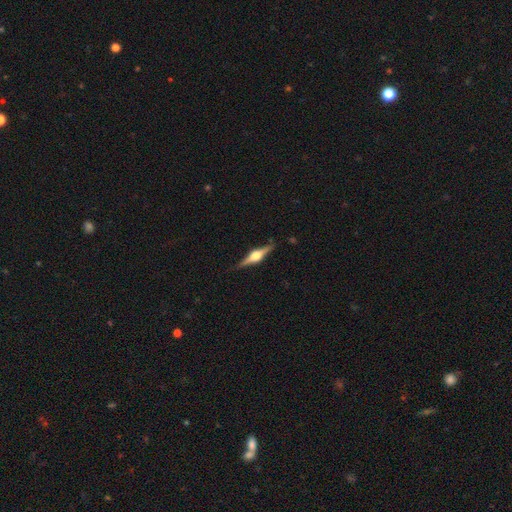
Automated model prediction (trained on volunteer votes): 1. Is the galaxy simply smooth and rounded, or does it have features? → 82% featured or disk, 13% smooth, 5% star or artifact.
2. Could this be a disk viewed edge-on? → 98% yes, 2% no.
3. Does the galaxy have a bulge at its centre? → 95% rounded, 4% boxy, 1% none.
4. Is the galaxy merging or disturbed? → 88% none, 9% minor disturbance, 2% major disturbance, 1% merger.